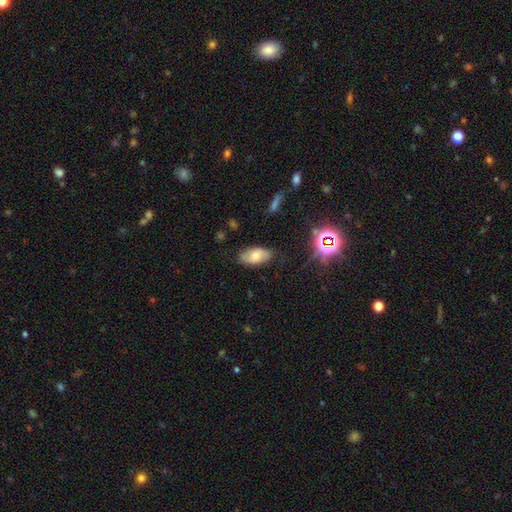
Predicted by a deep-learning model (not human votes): Smooth or featured? Predicted: smooth (p=0.66). How rounded? Predicted: in between (p=0.93). Merging? Predicted: none (p=0.80).